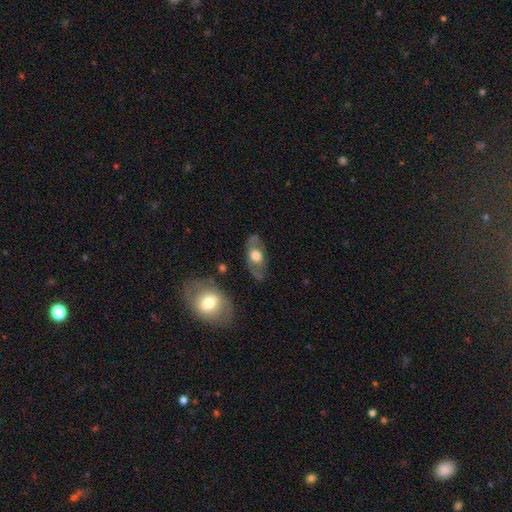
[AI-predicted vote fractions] Smooth or featured: smooth — 48% (featured or disk — 46%)
Merging: none — 70% (minor disturbance — 19%)